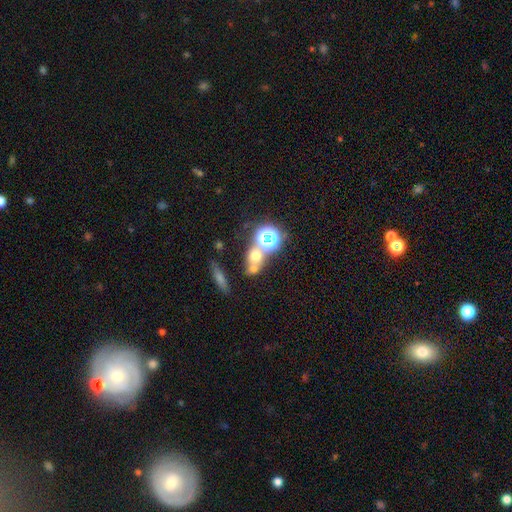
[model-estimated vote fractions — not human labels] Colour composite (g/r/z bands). It shows a smooth galaxy with no disk features (52%) that is round (66%). Merging: none (43%).